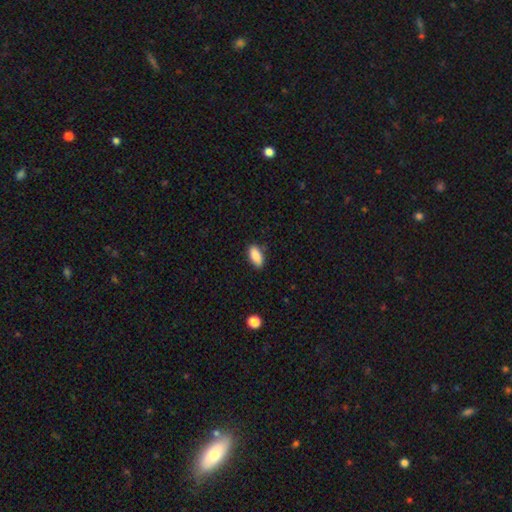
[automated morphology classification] A smooth galaxy with no disk features (87%) that is in between round and cigar-shaped (88%).

Vote fractions:
- Smooth or featured? smooth: 87% / star or artifact: 7% / featured or disk: 6%
- How rounded? in between: 88% / cigar-shaped: 10% / round: 3%
- Merging? none: 83% / minor disturbance: 13% / major disturbance: 2% / merger: 1%